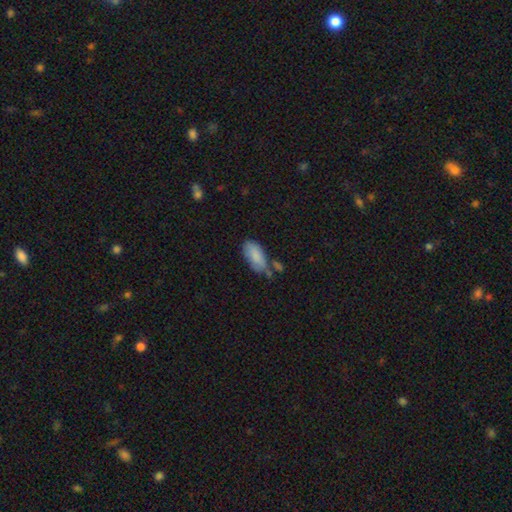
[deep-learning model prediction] A smooth galaxy with no disk features (84%) that is in between round and cigar-shaped (91%). Merging: none (50%).